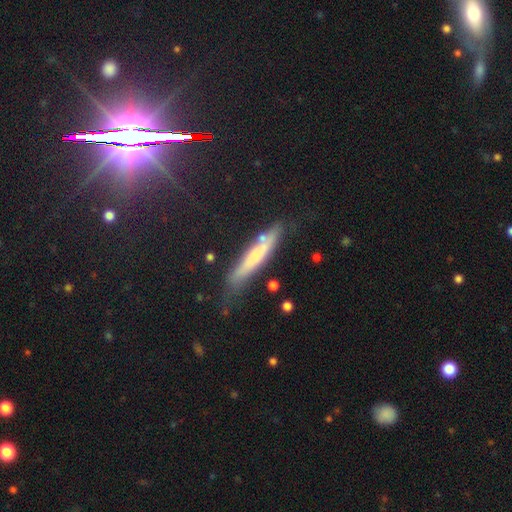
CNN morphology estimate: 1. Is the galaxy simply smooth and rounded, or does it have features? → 55% smooth, 36% featured or disk, 9% star or artifact.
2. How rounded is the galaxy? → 90% cigar-shaped, 8% in between, 2% round.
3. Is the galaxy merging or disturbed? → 69% none, 21% minor disturbance, 5% major disturbance, 5% merger.